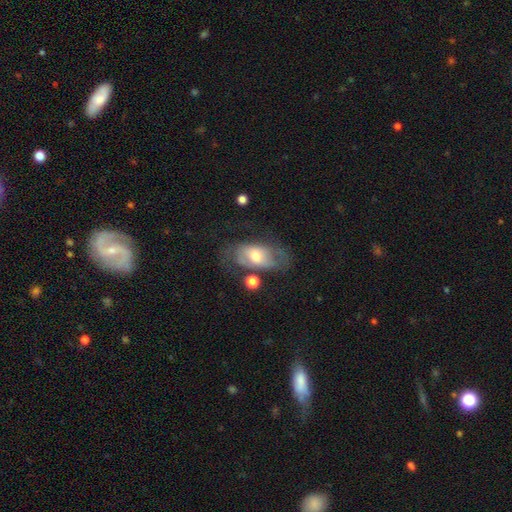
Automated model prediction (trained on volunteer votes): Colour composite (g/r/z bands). It shows a smooth galaxy with no disk features (47%). Merging: none (41%).